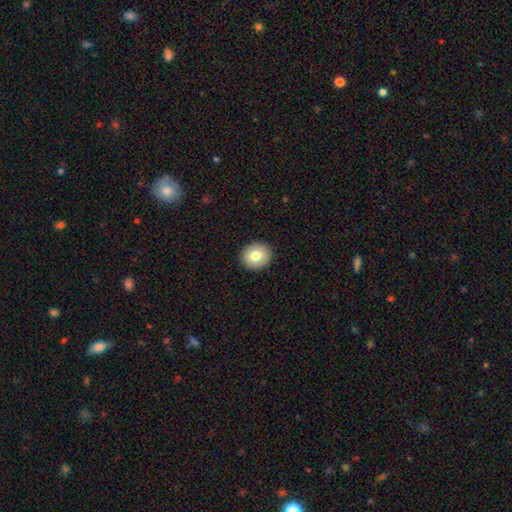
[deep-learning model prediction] Smooth or featured? smooth (79%)
How rounded? round (81%)
Merging? none (92%)